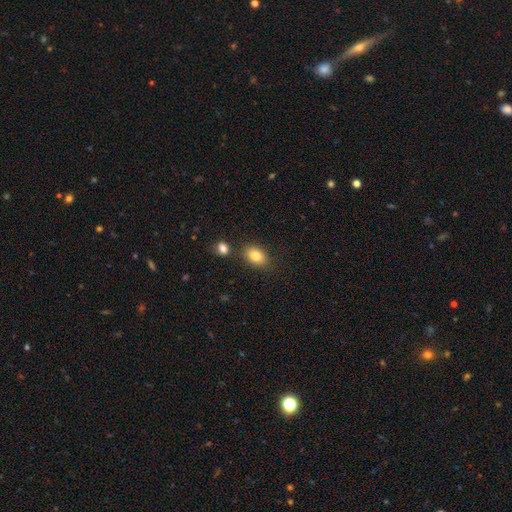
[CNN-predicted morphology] Smooth or featured: smooth — 83% (star or artifact — 9%)
How rounded: in between — 79% (round — 20%)
Merging: none — 79% (minor disturbance — 11%)